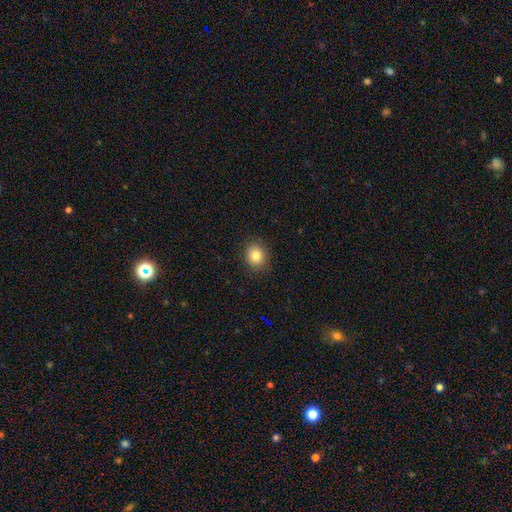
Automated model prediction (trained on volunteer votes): A smooth galaxy with no disk features (83%) that is round (73%). Merging: none (88%).